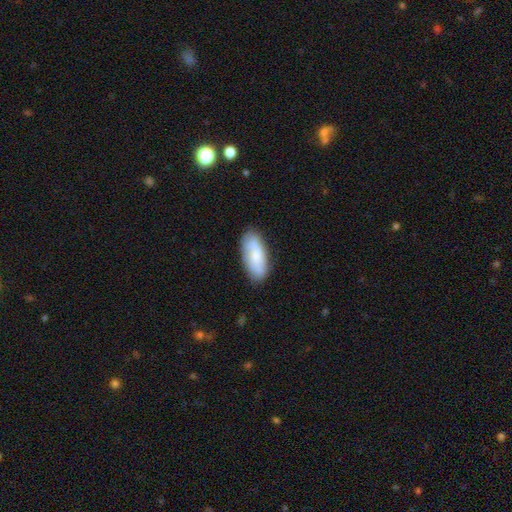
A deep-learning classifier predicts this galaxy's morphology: Smooth or featured?
  - smooth: 64% *
  - featured or disk: 30%
  - star or artifact: 6%
How rounded?
  - in between: 85% *
  - cigar-shaped: 12%
  - round: 2%
Merging?
  - none: 80% *
  - minor disturbance: 16%
  - major disturbance: 3%
  - merger: 2%